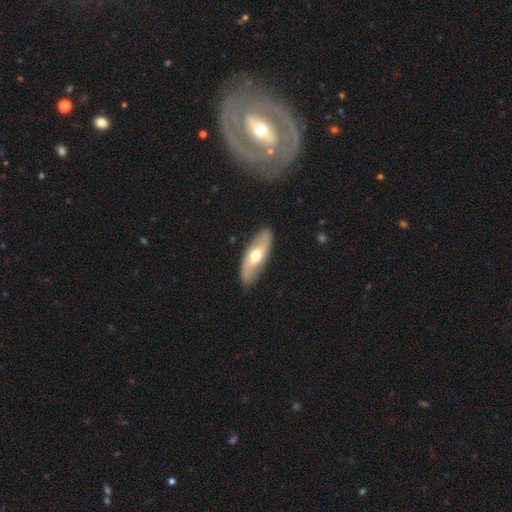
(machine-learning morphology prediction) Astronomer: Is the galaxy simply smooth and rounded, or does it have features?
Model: featured or disk — 49% (runner-up: smooth, 46%).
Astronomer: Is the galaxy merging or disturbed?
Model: none — 87%.